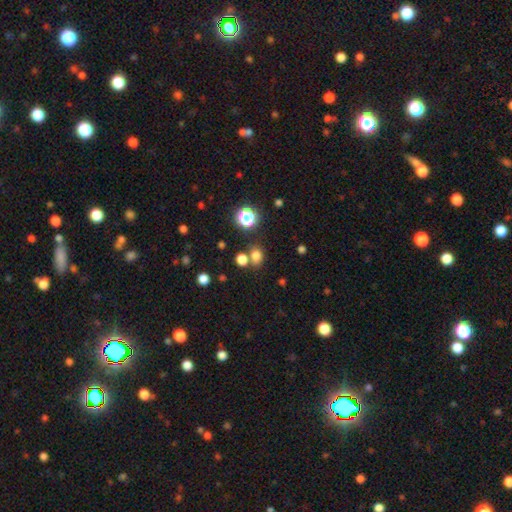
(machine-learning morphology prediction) Overall: smooth (74%). How rounded: in between (51%; round 48%). Merging: none (64%).